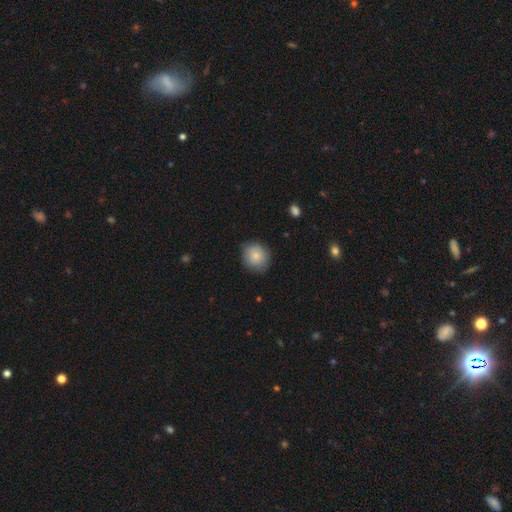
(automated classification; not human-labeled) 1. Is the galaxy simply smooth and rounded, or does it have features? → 83% smooth, 9% featured or disk, 8% star or artifact.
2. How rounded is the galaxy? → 75% round, 25% in between, 1% cigar-shaped.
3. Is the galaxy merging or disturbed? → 82% none, 14% minor disturbance, 3% major disturbance, 1% merger.